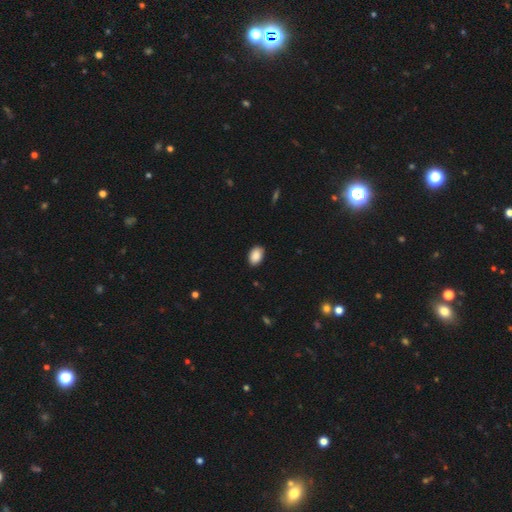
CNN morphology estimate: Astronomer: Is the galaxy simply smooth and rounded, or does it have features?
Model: smooth — 89%.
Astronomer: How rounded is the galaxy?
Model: in between — 87%.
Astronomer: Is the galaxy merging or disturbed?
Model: none — 85%.